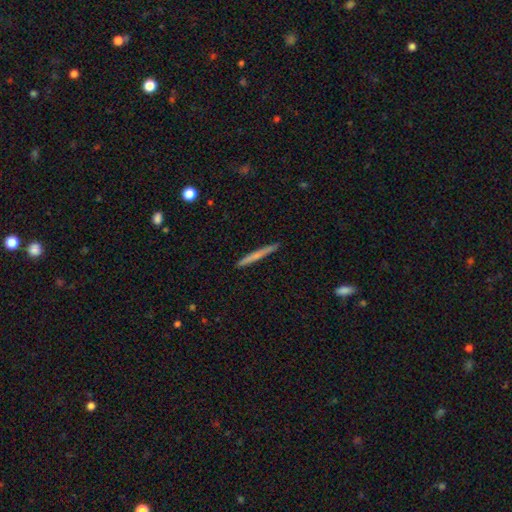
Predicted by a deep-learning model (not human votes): The model was most divided on "smooth or featured": smooth: 56%, featured or disk: 38%, star or artifact: 6%. More confident: how rounded — cigar-shaped (96%); merging — none (91%).